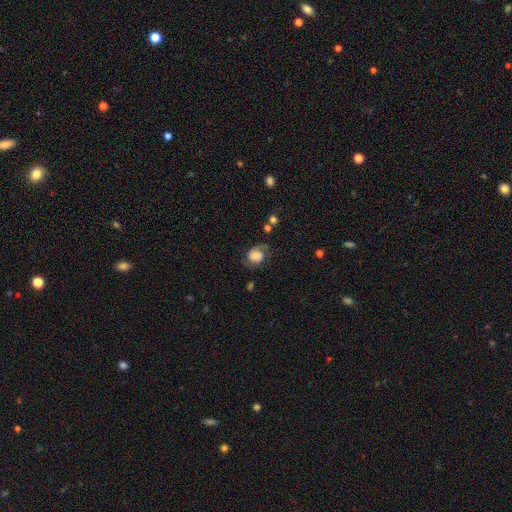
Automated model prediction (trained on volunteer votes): Q: Smooth or featured?
A: featured or disk (54%); runner-up: smooth (37%)
Q: Edge-on disk?
A: no (97%); runner-up: yes (3%)
Q: Bar?
A: no (67%); runner-up: weak (27%)
Q: Spiral arms?
A: yes (88%); runner-up: no (12%)
Q: Bulge size?
A: moderate (30%); runner-up: large (29%)
Q: Merging?
A: none (64%); runner-up: minor disturbance (22%)